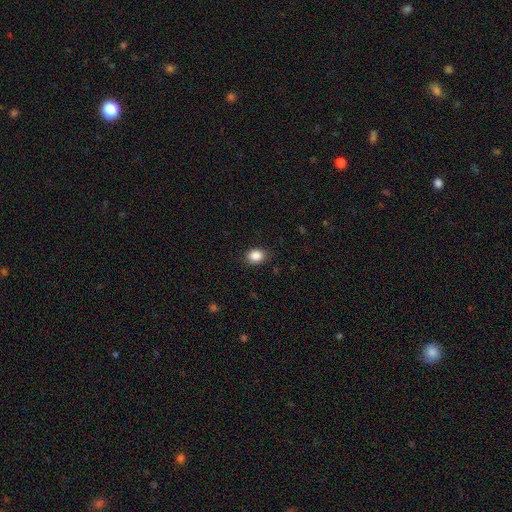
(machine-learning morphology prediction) smooth 88%, star or artifact 9%, featured or disk 3%. Down the decision tree: how rounded — in between (58%); merging — none (86%).